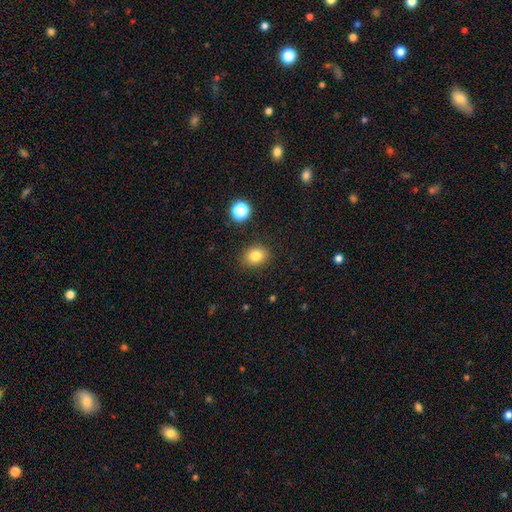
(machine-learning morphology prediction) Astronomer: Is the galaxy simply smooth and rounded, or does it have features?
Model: smooth — 82%.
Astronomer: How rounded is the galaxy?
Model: round — 61% (runner-up: in between, 38%).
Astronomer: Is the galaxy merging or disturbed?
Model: none — 88%.